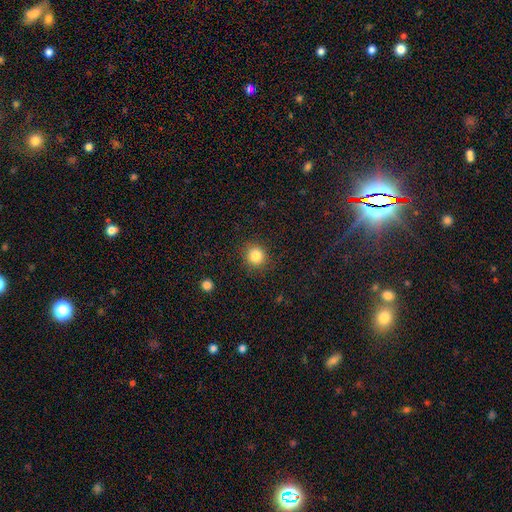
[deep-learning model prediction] Smooth or featured: smooth — 84% (star or artifact — 11%)
How rounded: round — 90% (in between — 9%)
Merging: none — 88% (minor disturbance — 7%)